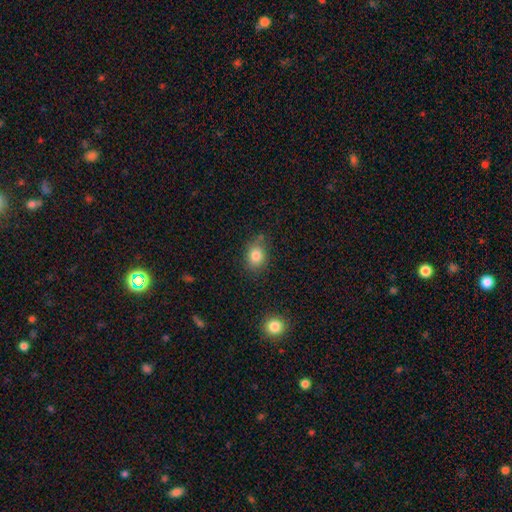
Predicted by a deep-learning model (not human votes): Smooth or featured? Predicted: smooth (p=0.83). How rounded? Predicted: in between (p=0.51). Merging? Predicted: none (p=0.74).